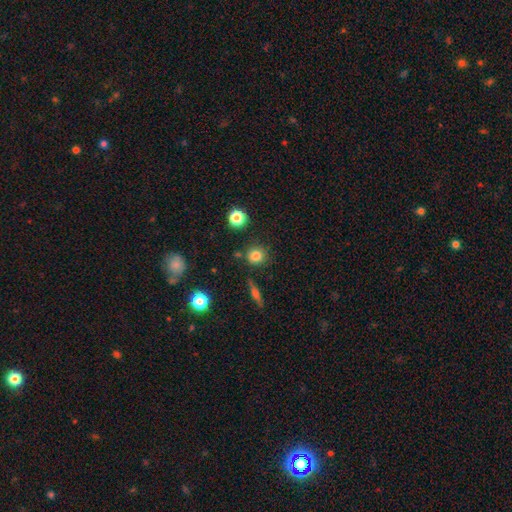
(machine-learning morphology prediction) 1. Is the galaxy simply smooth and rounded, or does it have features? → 81% smooth, 13% star or artifact, 6% featured or disk.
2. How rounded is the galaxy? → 90% round, 9% in between, 1% cigar-shaped.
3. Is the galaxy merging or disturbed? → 82% none, 9% minor disturbance, 6% merger, 3% major disturbance.